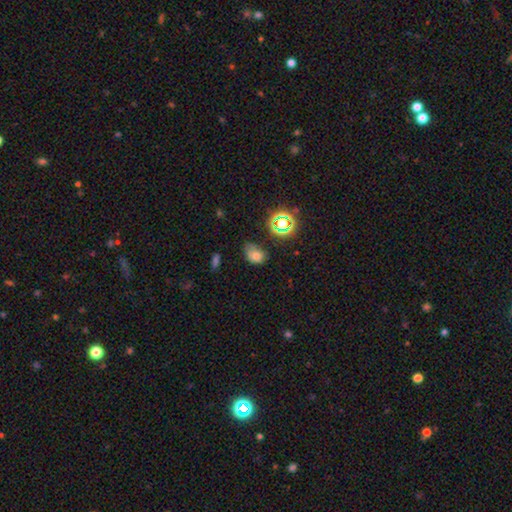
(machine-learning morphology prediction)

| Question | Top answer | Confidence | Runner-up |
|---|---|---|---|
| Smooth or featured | smooth | 68% | star or artifact (21%) |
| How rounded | in between | 70% | round (29%) |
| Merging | none | 47% | minor disturbance (36%) |